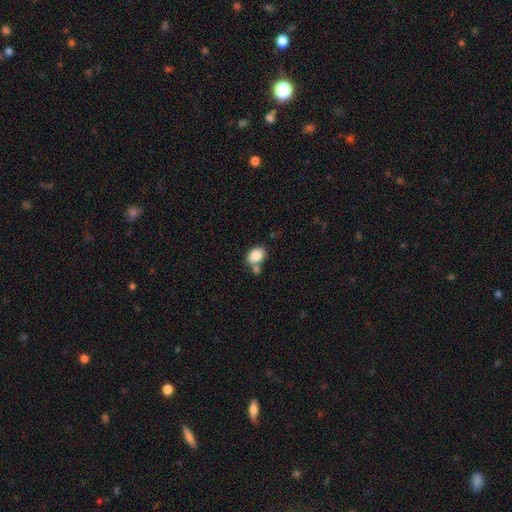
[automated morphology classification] This is clearly a smooth galaxy (86%). How rounded: likely in between (76%). Merging: possibly none (53%).